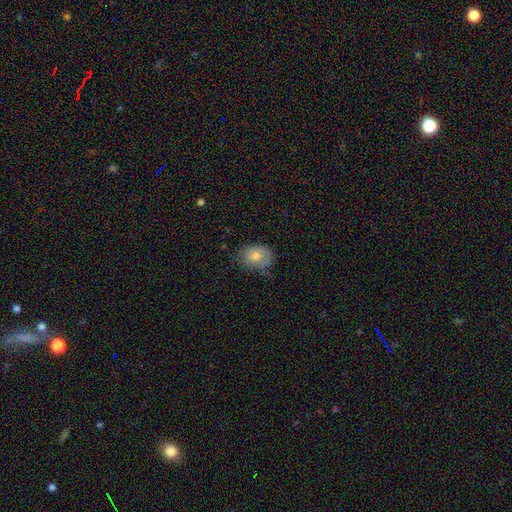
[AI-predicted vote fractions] Overall: smooth (70%). How rounded: in between (65%; round 34%). Merging: none (54%; minor disturbance 33%).